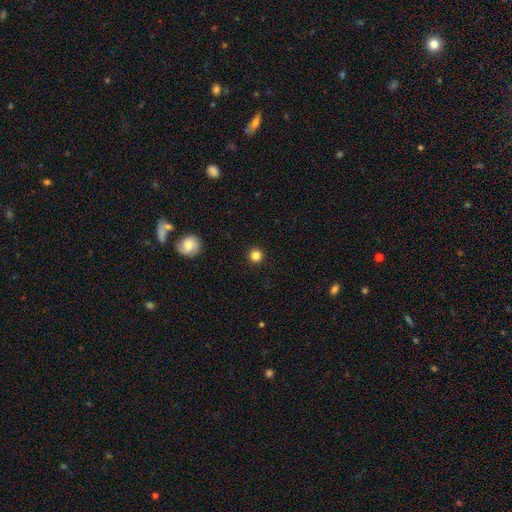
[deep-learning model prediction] The model was most divided on "smooth or featured": smooth: 84%, star or artifact: 12%, featured or disk: 4%. More confident: how rounded — round (96%); merging — none (93%).